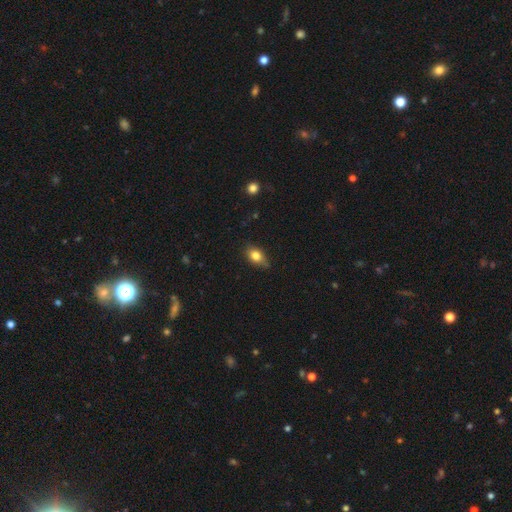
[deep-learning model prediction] Smooth or featured? Predicted: smooth (p=0.78). How rounded? Predicted: in between (p=0.77). Merging? Predicted: none (p=0.69).